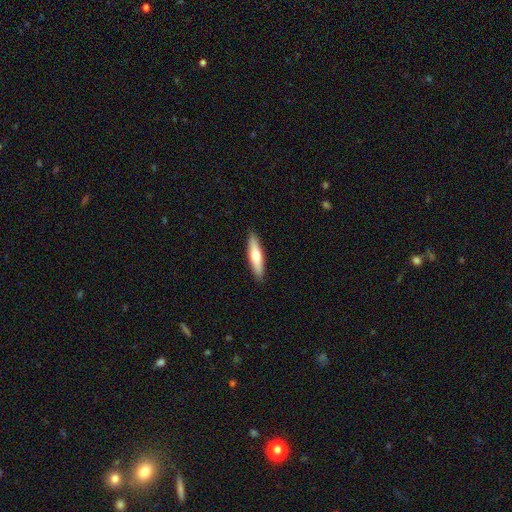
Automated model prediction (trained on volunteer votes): Smooth or featured? Predicted: smooth (p=0.61). How rounded? Predicted: cigar-shaped (p=0.79). Merging? Predicted: none (p=0.91).